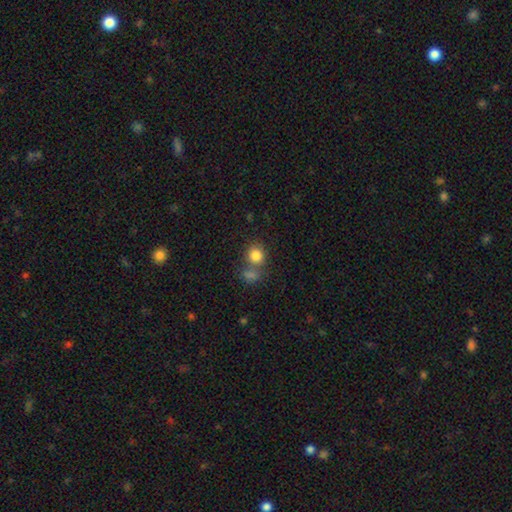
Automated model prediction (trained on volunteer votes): This appears to be a smooth galaxy with no disk features (82%) that is round (77%). Merging: none (53%).